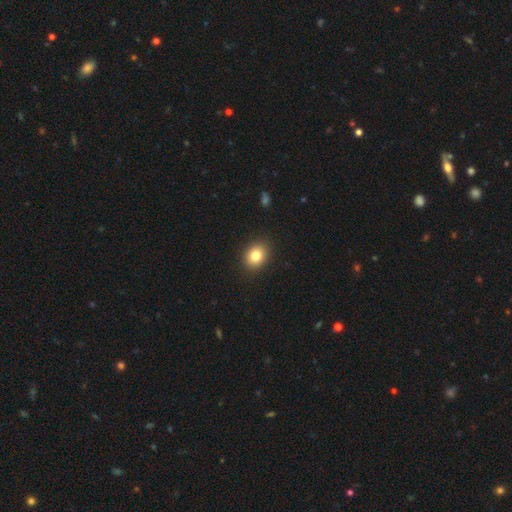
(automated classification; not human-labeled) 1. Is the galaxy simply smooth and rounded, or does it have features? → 83% smooth, 10% star or artifact, 7% featured or disk.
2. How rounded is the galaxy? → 50% in between, 49% round, 1% cigar-shaped.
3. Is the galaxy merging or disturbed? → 90% none, 7% minor disturbance, 2% major disturbance, 1% merger.